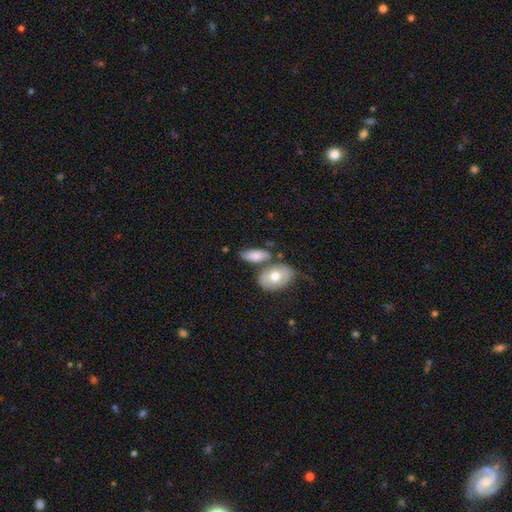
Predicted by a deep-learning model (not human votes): Smooth or featured: smooth — 72% (featured or disk — 22%)
How rounded: in between — 86% (cigar-shaped — 9%)
Merging: none — 53% (merger — 26%)